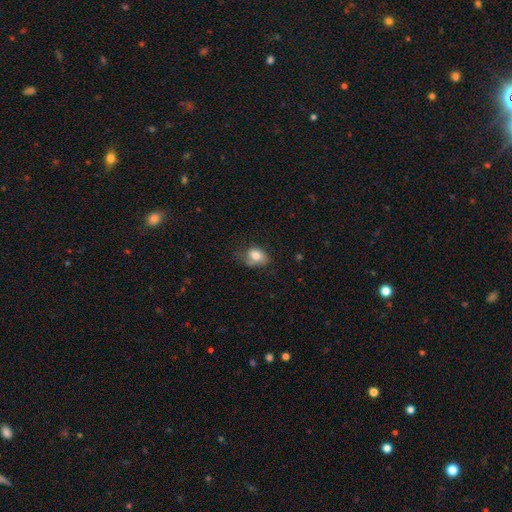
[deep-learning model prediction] Overall: smooth (77%). How rounded: in between (72%). Merging: none (44%; minor disturbance 35%).